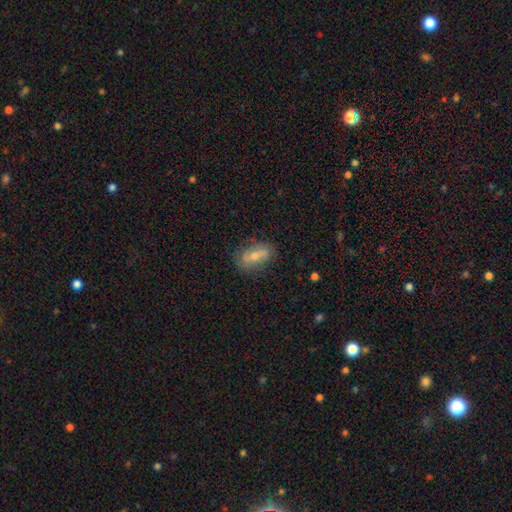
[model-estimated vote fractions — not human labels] Smooth or featured? Predicted: smooth (p=0.47). Merging? Predicted: none (p=0.76).